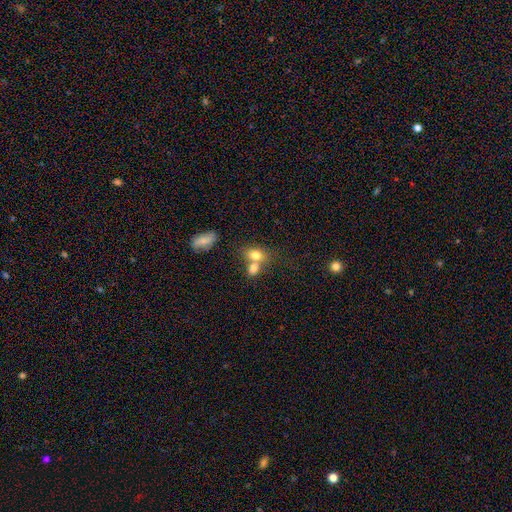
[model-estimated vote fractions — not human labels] Smooth or featured: smooth — 76% (featured or disk — 14%)
How rounded: in between — 70% (round — 28%)
Merging: merger — 50% (none — 35%)